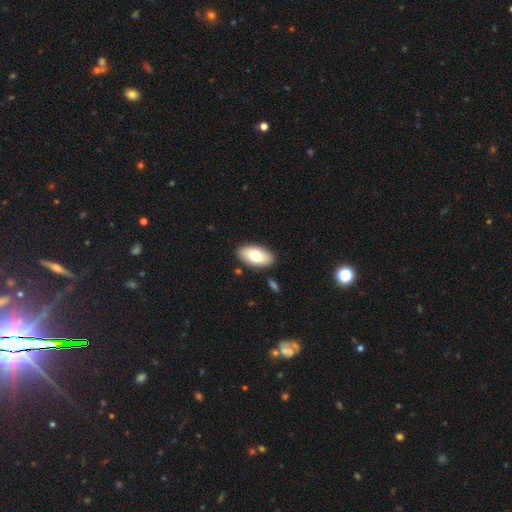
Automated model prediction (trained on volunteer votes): Smooth or featured? smooth (75%)
How rounded? in between (94%)
Merging? none (87%)